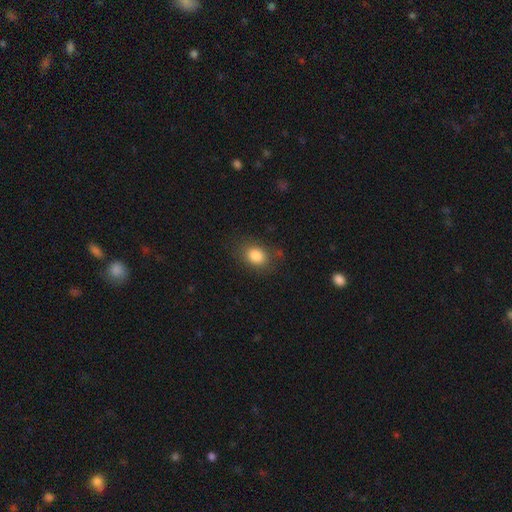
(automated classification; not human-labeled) smooth_or_featured: smooth (p=0.84) [alt: star or artifact p=0.09]
how_rounded: in between (p=0.69) [alt: round p=0.30]
merging: none (p=0.79) [alt: minor disturbance p=0.14]